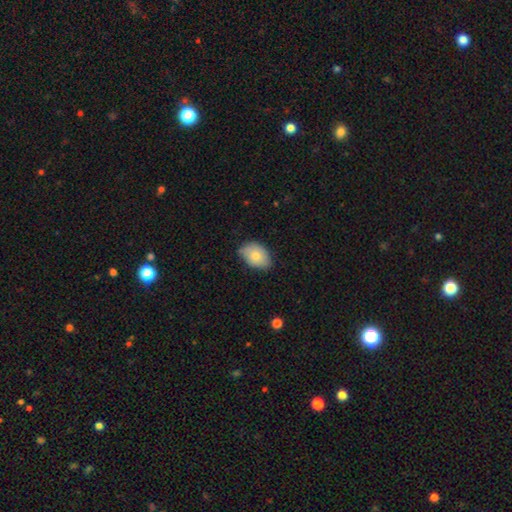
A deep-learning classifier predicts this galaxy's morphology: Smooth or featured? Predicted: smooth (p=0.78). How rounded? Predicted: in between (p=0.80). Merging? Predicted: none (p=0.69).